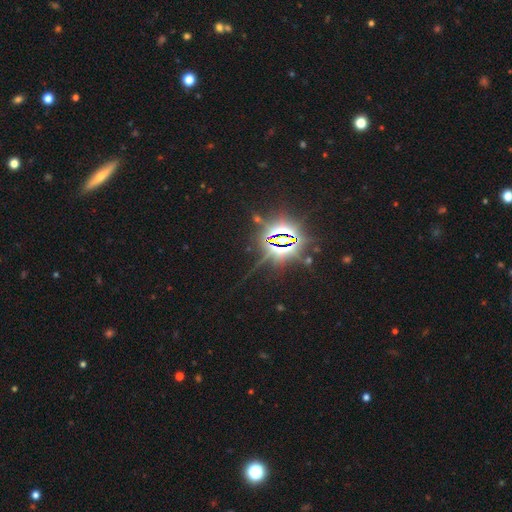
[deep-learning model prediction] Q: Smooth or featured?
A: star or artifact (84%); runner-up: smooth (9%)